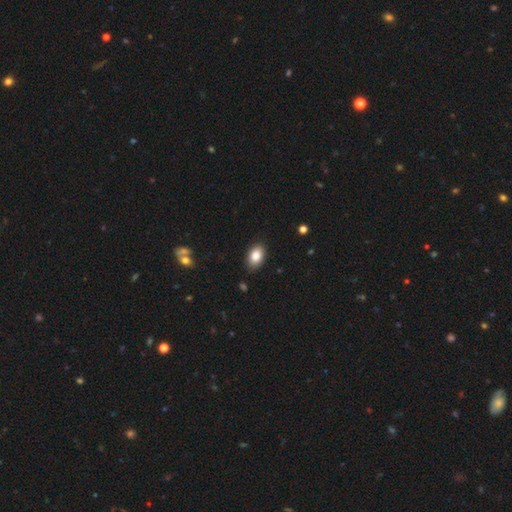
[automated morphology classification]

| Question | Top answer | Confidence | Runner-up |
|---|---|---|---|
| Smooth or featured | smooth | 86% | star or artifact (8%) |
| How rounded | in between | 90% | round (9%) |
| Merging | none | 86% | minor disturbance (11%) |